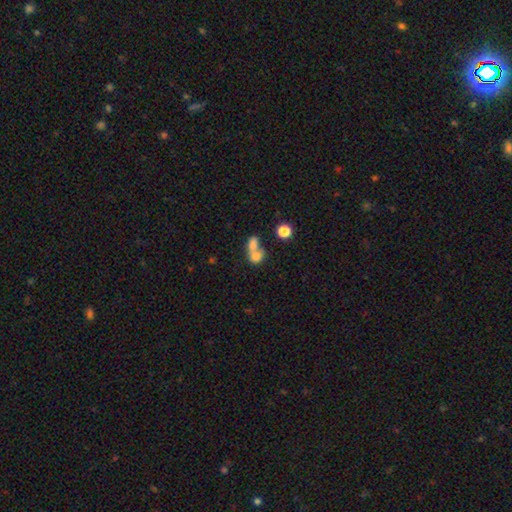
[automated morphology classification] type=smooth (74%); roundness=in between (54%); merging=merger (68%).